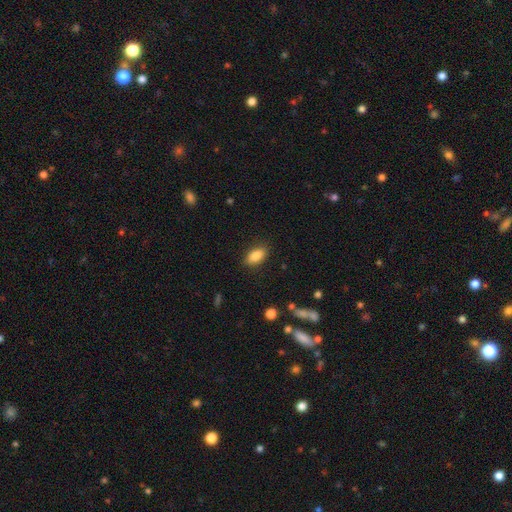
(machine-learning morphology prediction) smooth 87%, star or artifact 7%, featured or disk 6%. Down the decision tree: how rounded — in between (88%); merging — none (86%).